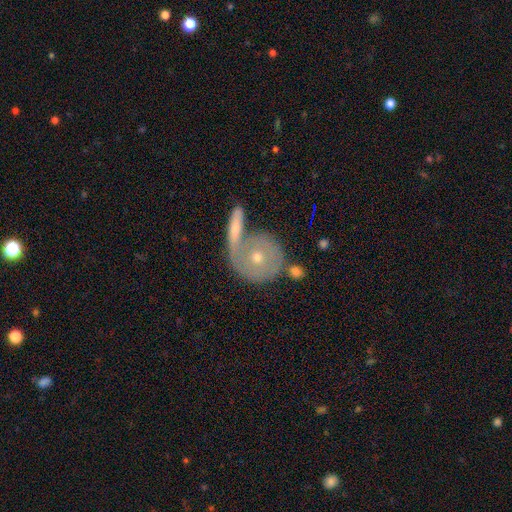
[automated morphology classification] This is possibly a featured or disk galaxy (57%). It is clearly not viewed edge-on (90%). Bar: clearly no (88%). Spiral arm pattern: possibly no (55%). Central bulge: possibly small (50%). Merging: possibly none (54%).